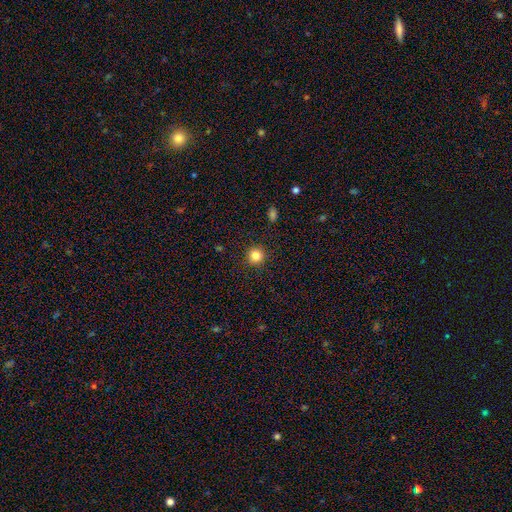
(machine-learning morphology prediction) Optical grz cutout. It shows a smooth galaxy with no disk features (84%) that is round (94%). Merging: none (92%).